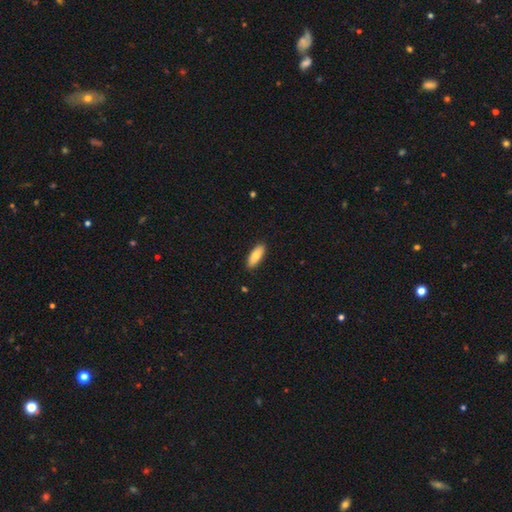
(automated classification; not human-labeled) Morphology: type=smooth (79%); roundness=in between (71%); merging=none (89%).